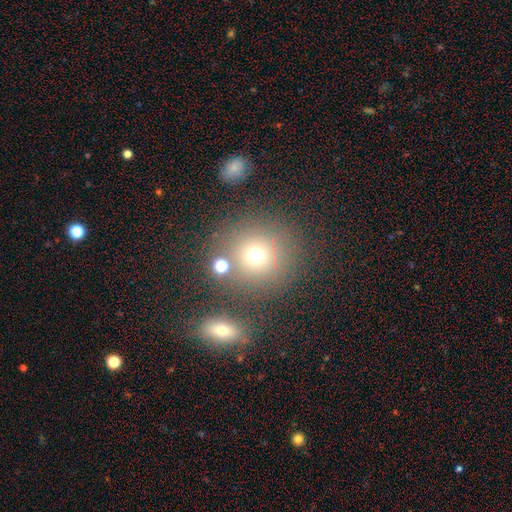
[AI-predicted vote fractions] A smooth galaxy with no disk features (70%) that is round (88%). Merging: none (71%).